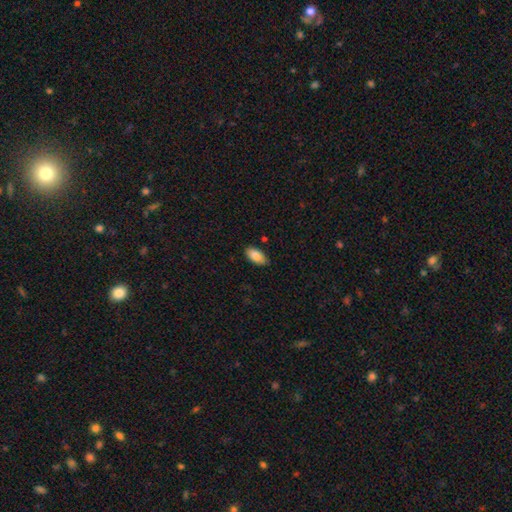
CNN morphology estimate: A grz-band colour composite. It shows a smooth galaxy with no disk features (87%) that is in between round and cigar-shaped (93%). Merging: none (82%).